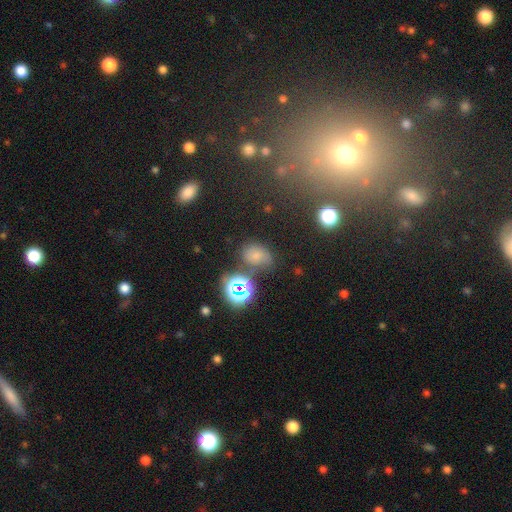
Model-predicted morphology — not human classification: smooth 58%, star or artifact 29%, featured or disk 13%. Down the decision tree: how rounded — in between (64%); merging — none (60%).